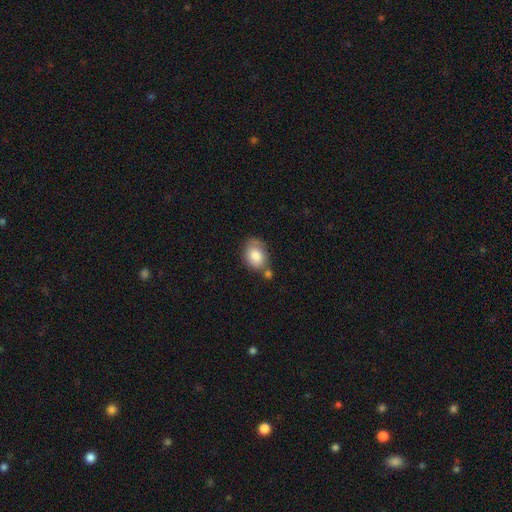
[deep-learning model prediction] This appears to be a smooth galaxy with no disk features (82%) that is in between round and cigar-shaped (67%). Merging: none (52%).